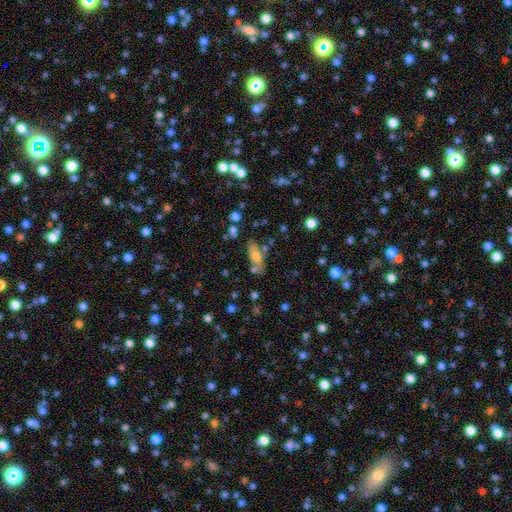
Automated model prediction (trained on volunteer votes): Smooth or featured? smooth (66%)
How rounded? in between (74%)
Merging? none (60%)